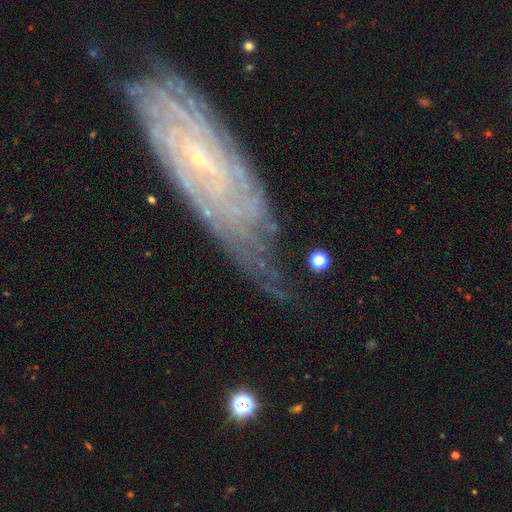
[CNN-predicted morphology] This is clearly a featured or disk galaxy (84%). It is clearly not viewed edge-on (88%). Bar: possibly no (52%). Spiral arm pattern: clearly yes (96%). Spiral arm count: marginally can't tell (40%). Spiral winding: likely tight (78%). Central bulge: clearly small (86%). Merging: likely none (67%).